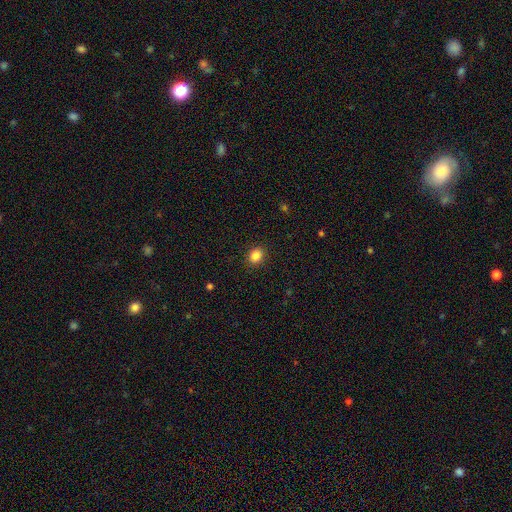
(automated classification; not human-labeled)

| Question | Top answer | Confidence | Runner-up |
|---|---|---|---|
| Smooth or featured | smooth | 86% | star or artifact (10%) |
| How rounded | round | 60% | in between (39%) |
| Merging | none | 90% | minor disturbance (7%) |